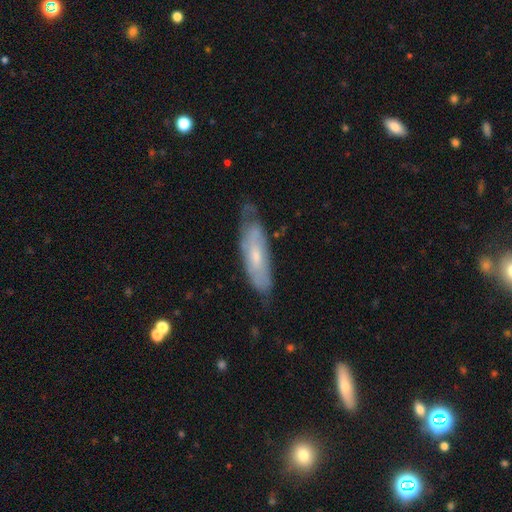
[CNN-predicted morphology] This is possibly a featured or disk galaxy (55%). It is likely not viewed edge-on (67%). Merging: possibly none (59%).